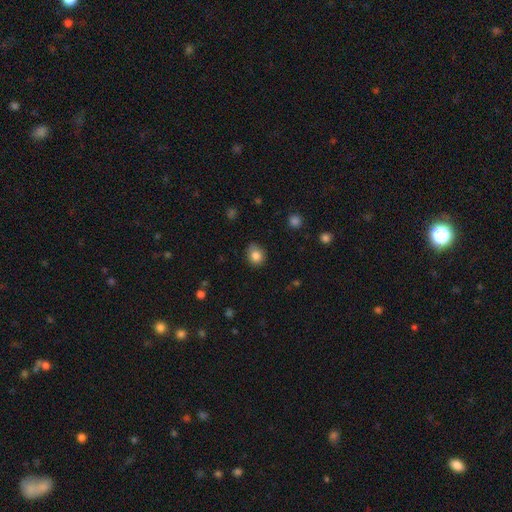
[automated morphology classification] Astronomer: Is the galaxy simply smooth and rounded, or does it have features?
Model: smooth — 82%.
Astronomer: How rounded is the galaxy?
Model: round — 73%.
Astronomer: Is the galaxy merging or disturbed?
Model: none — 78%.